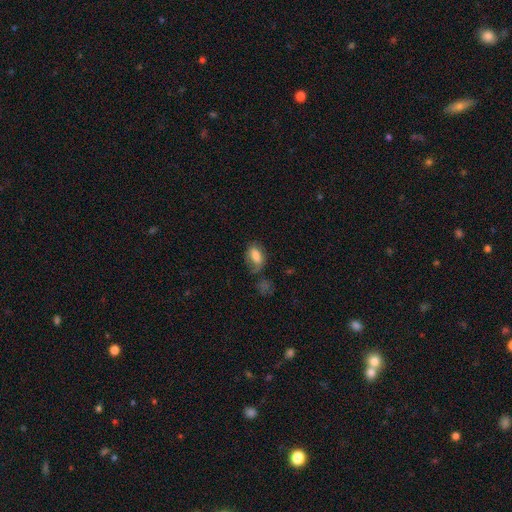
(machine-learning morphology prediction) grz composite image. It shows a smooth galaxy with no disk features (75%) that is in between round and cigar-shaped (88%). Merging: none (48%).